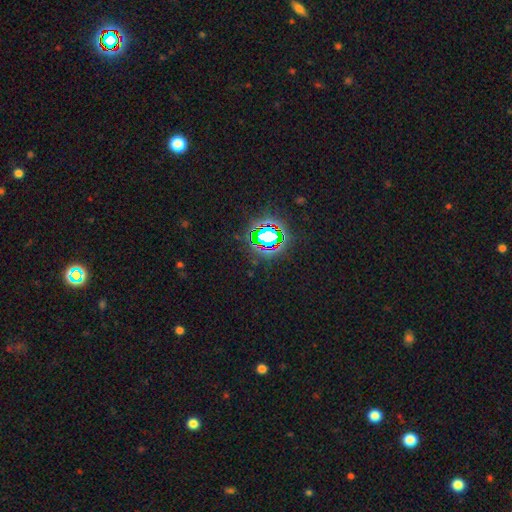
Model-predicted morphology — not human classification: This is clearly a star or artifact rather than a galaxy (81%).